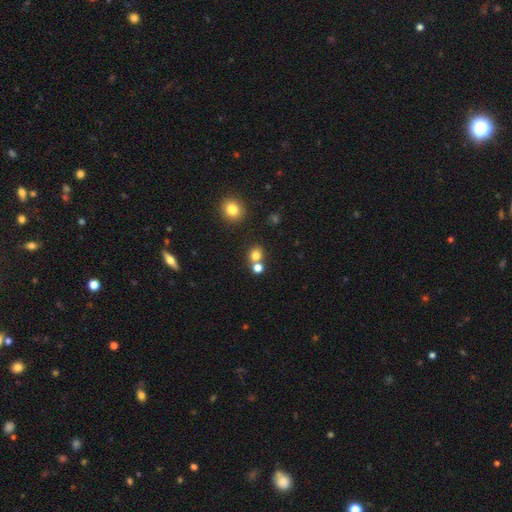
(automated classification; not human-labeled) Smooth or featured? smooth (78%)
How rounded? round (79%)
Merging? none (60%)